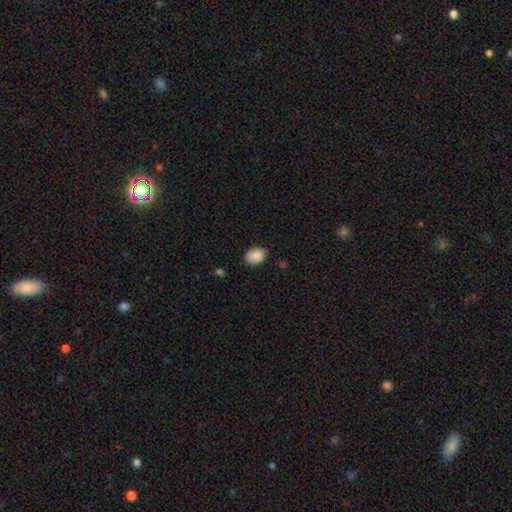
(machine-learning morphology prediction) A smooth galaxy with no disk features (89%) that is in between round and cigar-shaped (76%).

Vote fractions:
- Smooth or featured? smooth: 89% / star or artifact: 8% / featured or disk: 4%
- How rounded? in between: 76% / round: 23% / cigar-shaped: 1%
- Merging? none: 84% / minor disturbance: 13% / major disturbance: 2% / merger: 1%